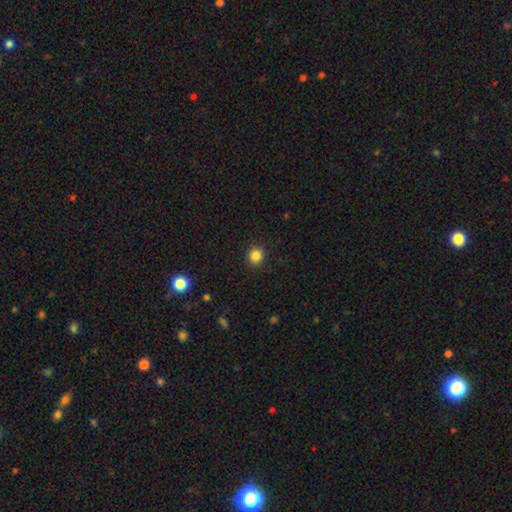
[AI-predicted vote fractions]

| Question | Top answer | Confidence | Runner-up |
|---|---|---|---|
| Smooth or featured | smooth | 85% | star or artifact (11%) |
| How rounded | round | 91% | in between (8%) |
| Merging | none | 92% | minor disturbance (5%) |